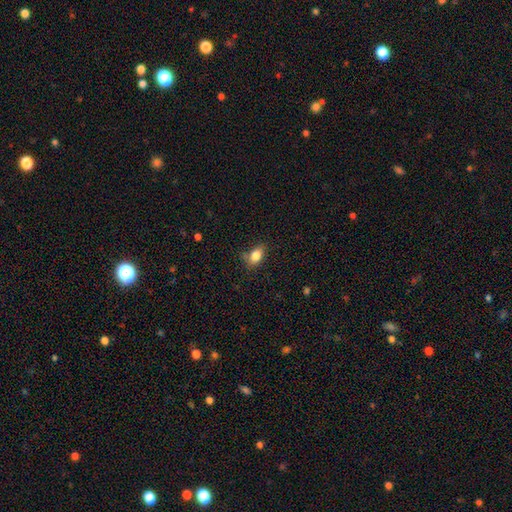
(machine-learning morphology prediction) Overall: smooth (83%). How rounded: in between (79%). Merging: none (66%).